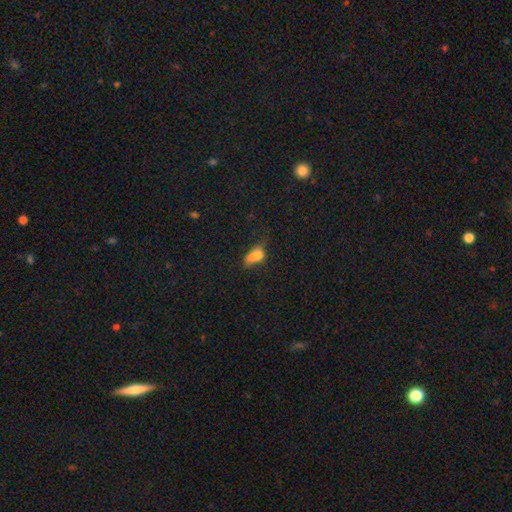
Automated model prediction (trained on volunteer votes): Overall: smooth (71%). How rounded: in between (79%). Merging: minor disturbance (29%; major disturbance 28%).